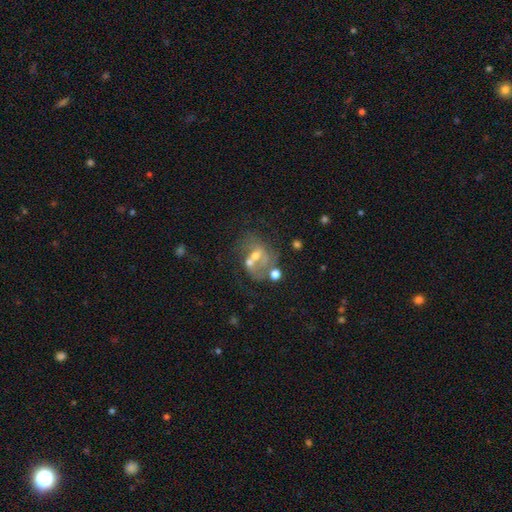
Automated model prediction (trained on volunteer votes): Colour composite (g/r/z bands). It shows a featured or disk galaxy (56%) with no bar (59%), no spiral arms (56%) and a moderate central bulge (46%). Merging: none (34%).